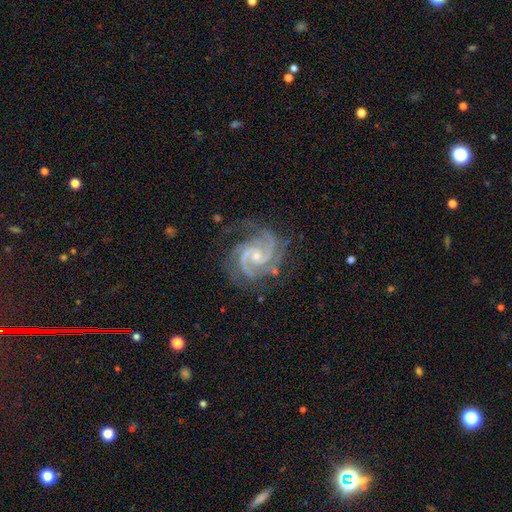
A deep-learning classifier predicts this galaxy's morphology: Smooth or featured? Predicted: featured or disk (p=0.94). Edge-on disk? Predicted: no (p=0.98). Bar? Predicted: no (p=0.59). Spiral arms? Predicted: yes (p=0.99). Spiral winding? Predicted: tight (p=0.52). Spiral arm count? Predicted: 2 (p=0.54). Bulge size? Predicted: small (p=0.67). Merging? Predicted: none (p=0.71).